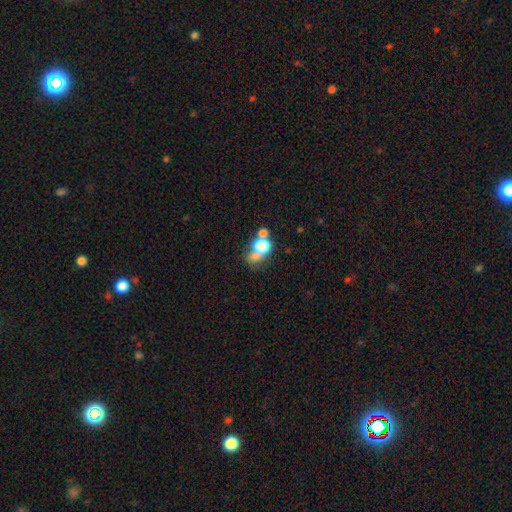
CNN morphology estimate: Q: Smooth or featured?
A: smooth (62%); runner-up: star or artifact (21%)
Q: How rounded?
A: round (65%); runner-up: in between (34%)
Q: Merging?
A: merger (46%); runner-up: none (36%)